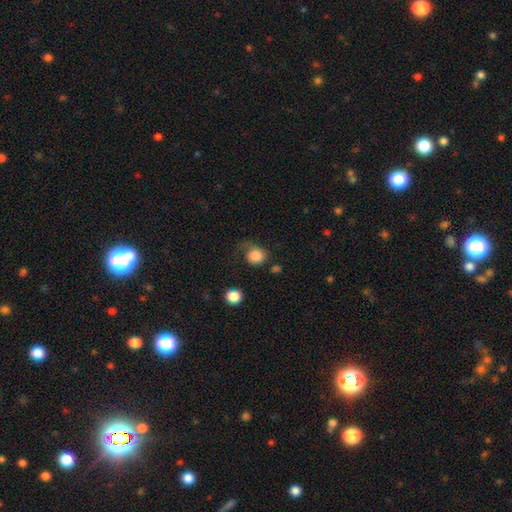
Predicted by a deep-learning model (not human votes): A smooth galaxy with no disk features (82%) that is round (77%).

Vote fractions:
- Smooth or featured? smooth: 82% / featured or disk: 9% / star or artifact: 9%
- How rounded? round: 77% / in between: 23% / cigar-shaped: 1%
- Merging? none: 43% / minor disturbance: 27% / major disturbance: 26% / merger: 4%